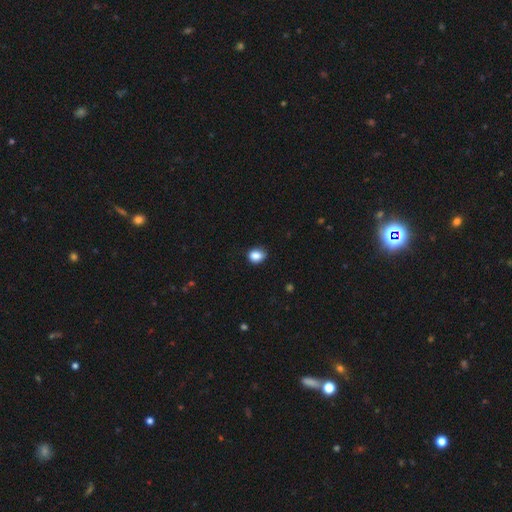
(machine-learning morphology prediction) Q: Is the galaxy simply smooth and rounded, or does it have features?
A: smooth — 86%.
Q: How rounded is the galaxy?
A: in between — 50%.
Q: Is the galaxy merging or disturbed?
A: none — 76%.